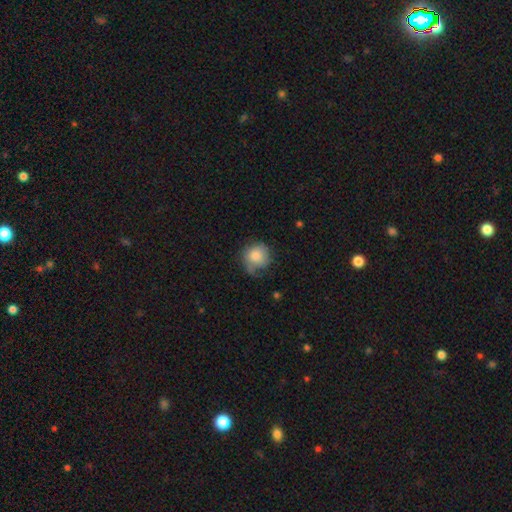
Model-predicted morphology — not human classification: Smooth or featured? smooth (77%)
How rounded? round (85%)
Merging? none (47%)